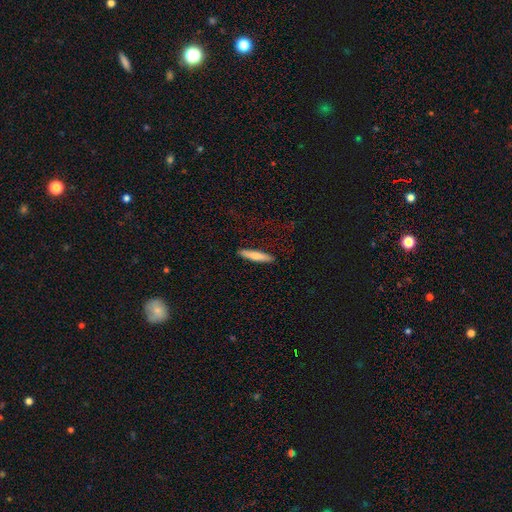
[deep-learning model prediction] A smooth galaxy with no disk features (76%) that is cigar-shaped (86%). Merging: none (89%).